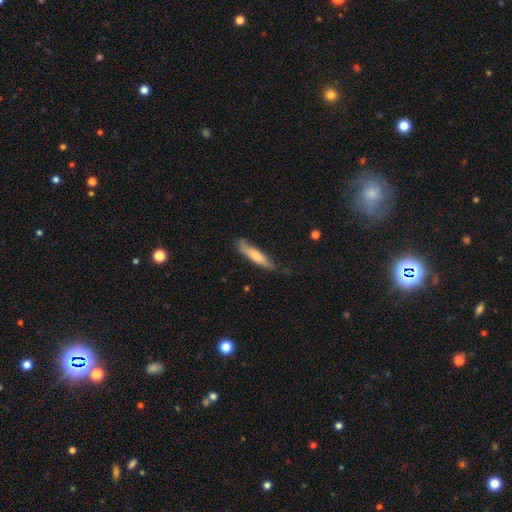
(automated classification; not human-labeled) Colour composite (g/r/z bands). It shows a smooth galaxy with no disk features (67%) that is cigar-shaped (83%). Merging: none (68%).